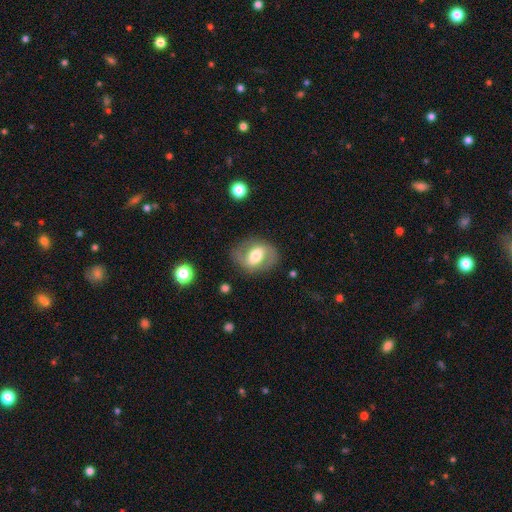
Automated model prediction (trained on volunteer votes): This appears to be a featured or disk galaxy (65%) with a weak bar (41%), spiral arms (79%) and a moderate central bulge (58%). Merging: none (77%).